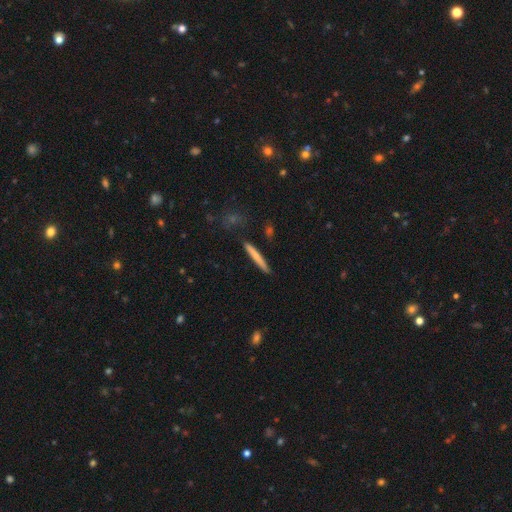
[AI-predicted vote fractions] Q: Smooth or featured?
A: smooth (70%); runner-up: featured or disk (24%)
Q: How rounded?
A: cigar-shaped (96%); runner-up: in between (3%)
Q: Merging?
A: none (87%); runner-up: minor disturbance (9%)